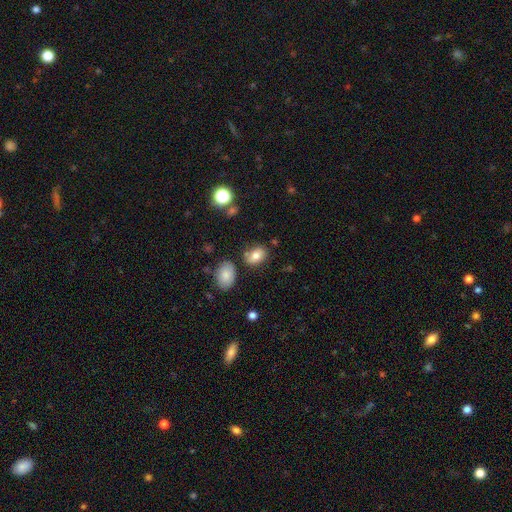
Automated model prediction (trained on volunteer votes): smooth-or-featured: smooth: 78% | featured or disk: 11% | star or artifact: 11%
  how-rounded: in between: 78% | round: 20% | cigar-shaped: 1%
  merging: none: 69% | minor disturbance: 17% | merger: 10% | major disturbance: 4%